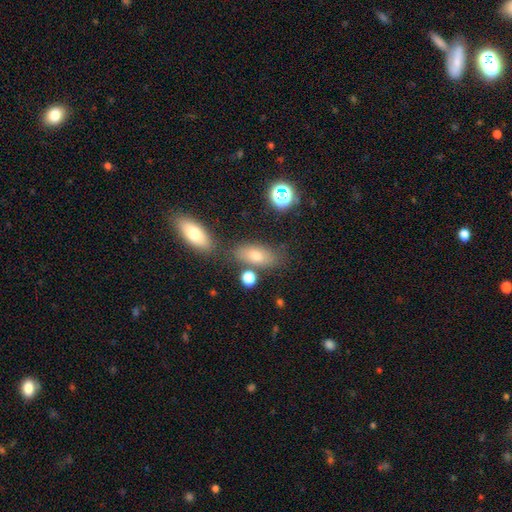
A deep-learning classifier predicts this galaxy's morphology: type=smooth (71%); roundness=in between (82%); merging=none (69%).